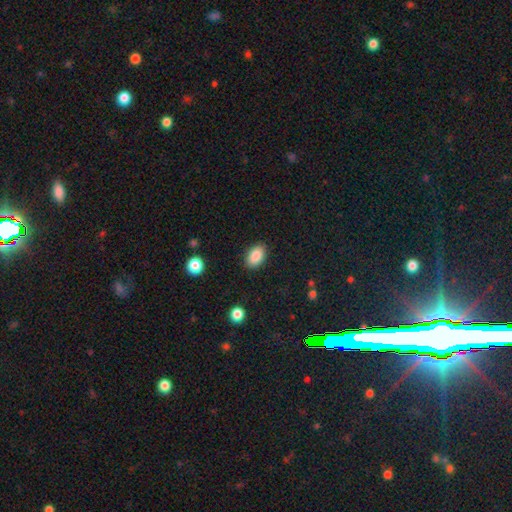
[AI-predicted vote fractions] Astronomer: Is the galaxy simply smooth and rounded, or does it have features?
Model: smooth — 87%.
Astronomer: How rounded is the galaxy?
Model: in between — 90%.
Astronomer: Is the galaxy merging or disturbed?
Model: none — 87%.